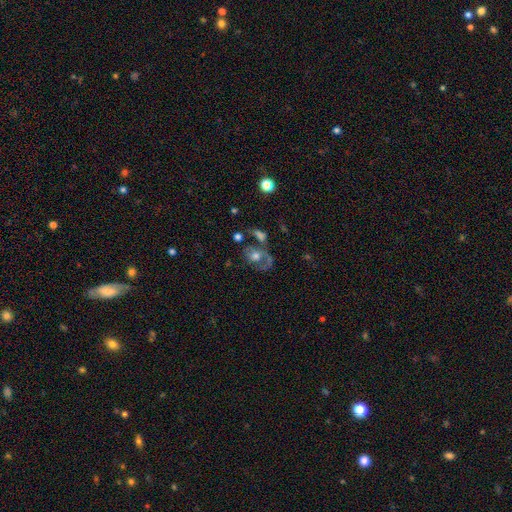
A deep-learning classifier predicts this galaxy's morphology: smooth-or-featured: featured or disk: 49% | smooth: 41% | star or artifact: 11%
  merging: none: 34% | major disturbance: 27% | merger: 21% | minor disturbance: 18%